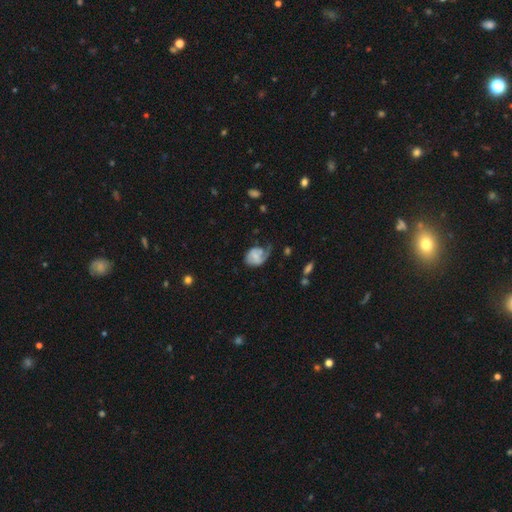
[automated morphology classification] Q: Smooth or featured?
A: featured or disk (50%); runner-up: smooth (42%)
Q: Edge-on disk?
A: no (97%); runner-up: yes (3%)
Q: Merging?
A: major disturbance (34%); runner-up: none (33%)